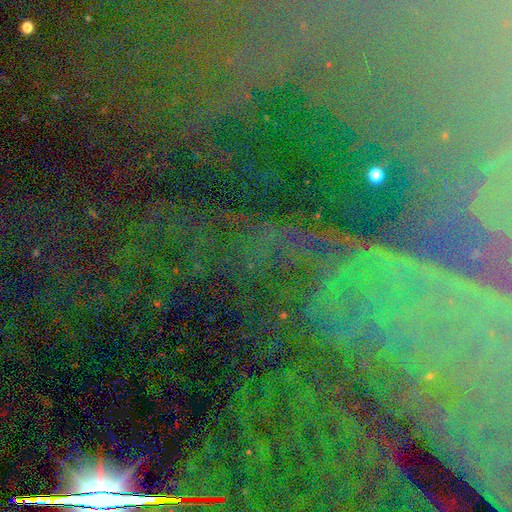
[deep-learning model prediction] Morphology: type=star or artifact (78%).